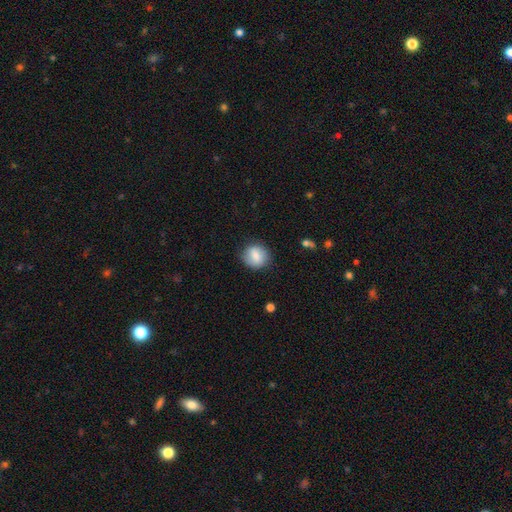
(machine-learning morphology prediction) smooth 79%, featured or disk 13%, star or artifact 8%. Down the decision tree: how rounded — round (79%); merging — none (82%).